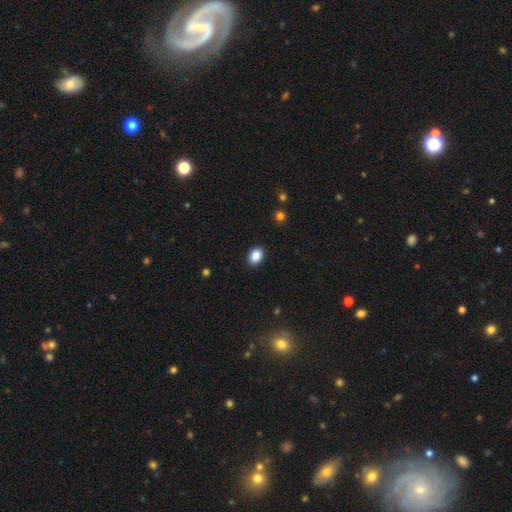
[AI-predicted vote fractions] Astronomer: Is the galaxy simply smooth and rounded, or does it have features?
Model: smooth — 88%.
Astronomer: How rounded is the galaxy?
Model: in between — 70%.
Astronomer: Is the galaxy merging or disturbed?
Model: none — 90%.